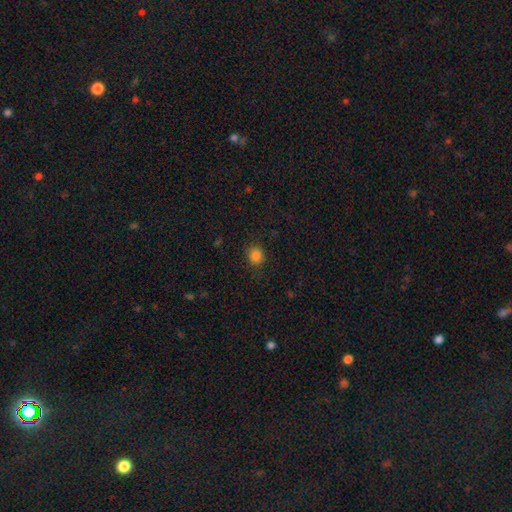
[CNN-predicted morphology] This is clearly a smooth galaxy (84%). How rounded: likely round (77%). Merging: clearly none (83%).